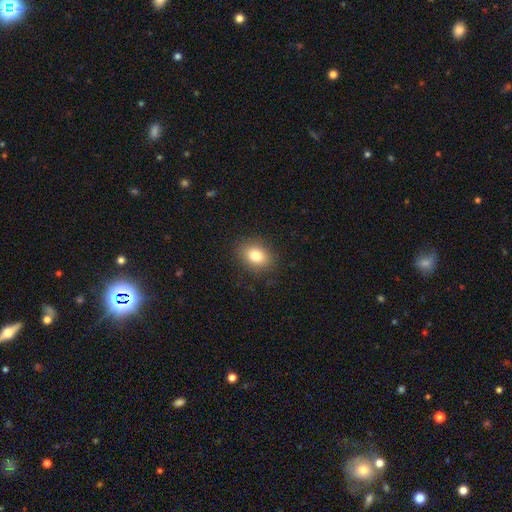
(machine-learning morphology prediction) The model was most divided on "how rounded": in between: 69%, round: 30%, cigar-shaped: 1%. More confident: merging — none (87%); smooth or featured — smooth (81%).